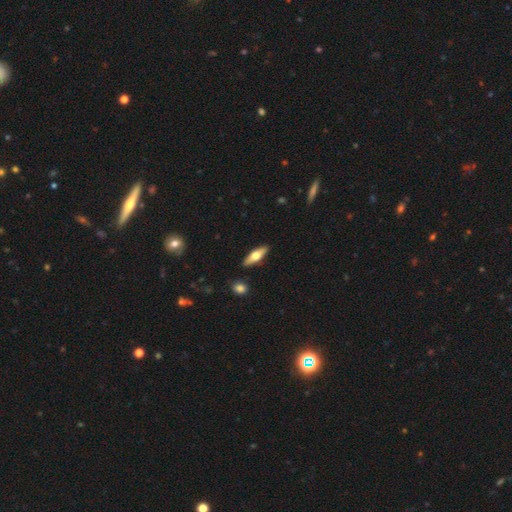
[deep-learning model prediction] Smooth or featured? Predicted: smooth (p=0.48). Merging? Predicted: none (p=0.89).